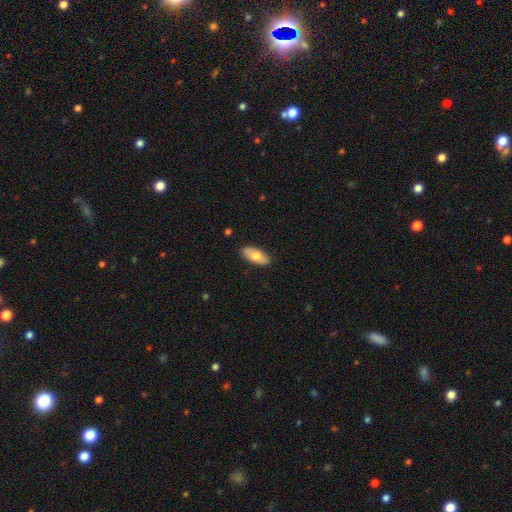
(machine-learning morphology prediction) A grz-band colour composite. It shows a smooth galaxy with no disk features (71%) that is in between round and cigar-shaped (87%). Merging: none (87%).